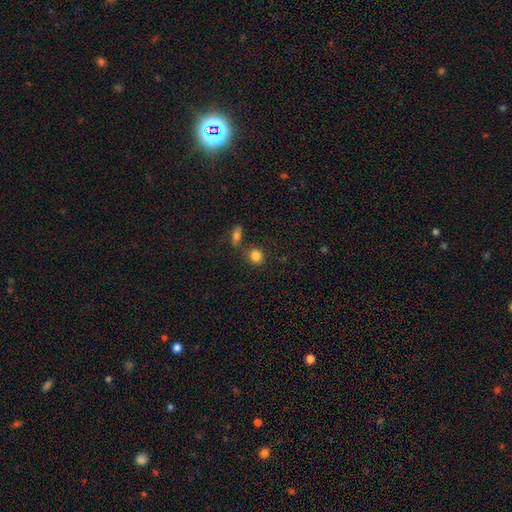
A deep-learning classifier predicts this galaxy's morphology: smooth 85%, star or artifact 10%, featured or disk 5%. Down the decision tree: how rounded — round (73%); merging — none (73%).